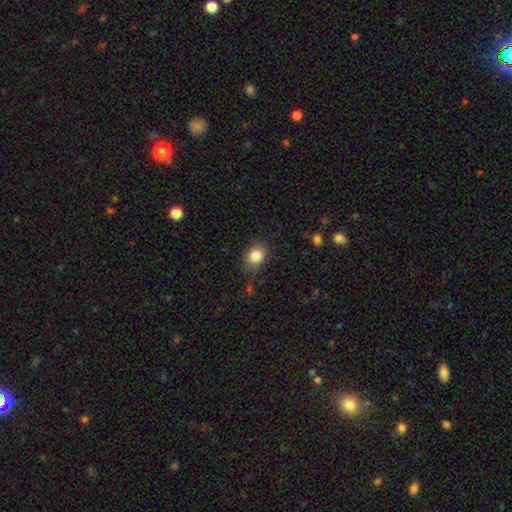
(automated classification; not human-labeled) A smooth galaxy with no disk features (84%) that is round (54%). Merging: none (76%).